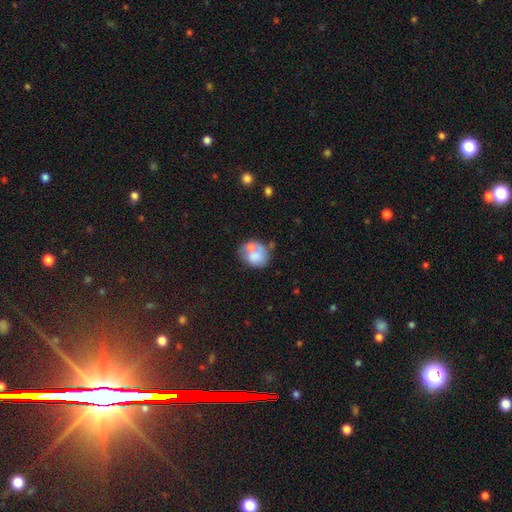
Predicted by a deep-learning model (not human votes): A smooth galaxy with no disk features (63%) that is round (58%). Merging: merger (36%).